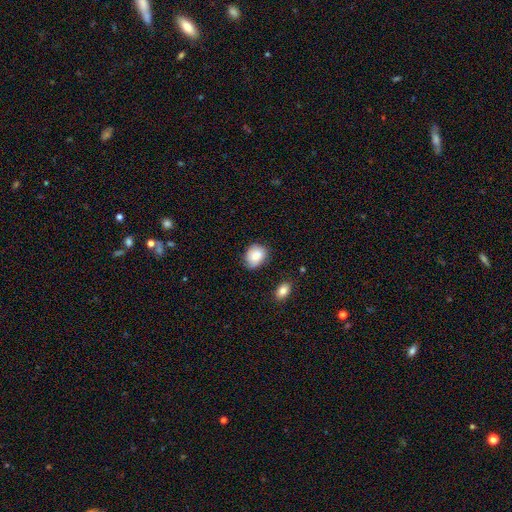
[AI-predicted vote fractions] Smooth or featured: smooth — 80% (featured or disk — 12%)
How rounded: in between — 56% (round — 43%)
Merging: none — 69% (minor disturbance — 24%)